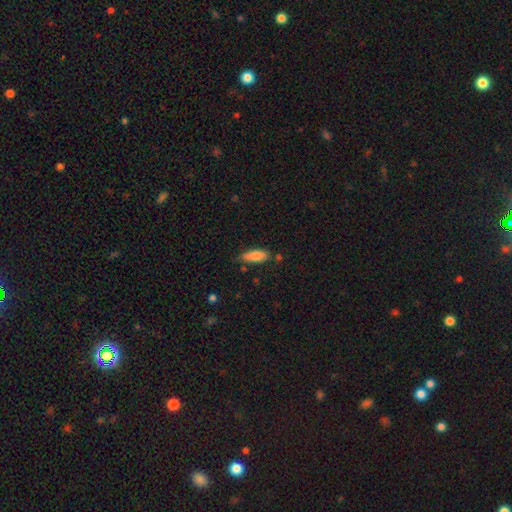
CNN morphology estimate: This appears to be a smooth galaxy with no disk features (79%) that is in between round and cigar-shaped (62%). Merging: none (71%).